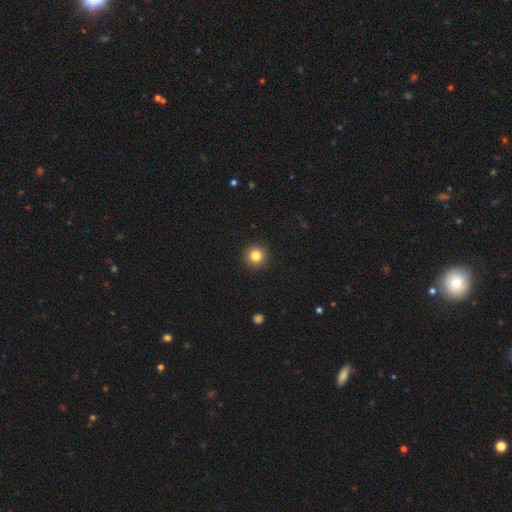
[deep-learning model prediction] smooth-or-featured: smooth: 83% | star or artifact: 11% | featured or disk: 6%
  how-rounded: round: 95% | in between: 4% | cigar-shaped: 1%
  merging: none: 93% | minor disturbance: 4% | major disturbance: 2% | merger: 1%